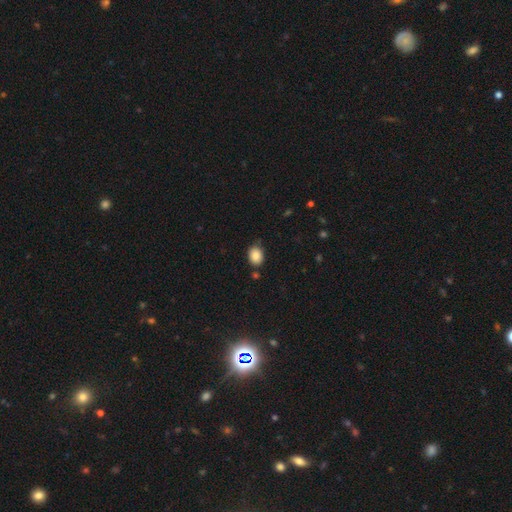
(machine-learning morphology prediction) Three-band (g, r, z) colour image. It shows a smooth galaxy with no disk features (86%) that is in between round and cigar-shaped (59%). Merging: none (79%).